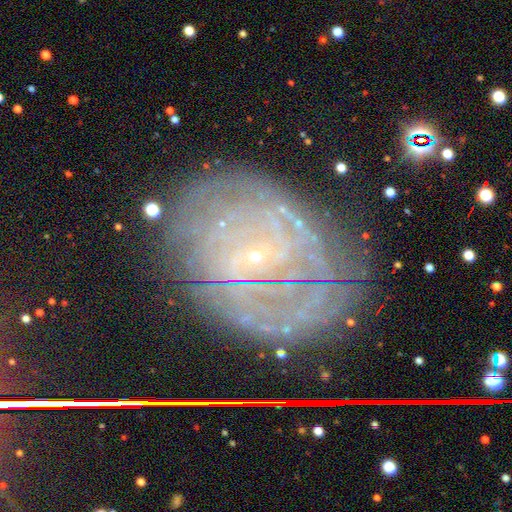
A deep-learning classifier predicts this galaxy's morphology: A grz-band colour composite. It shows a featured or disk galaxy (76%) with no bar (56%), tight (75%) spiral arms (89%) and a small central bulge (88%). Merging: none (75%).